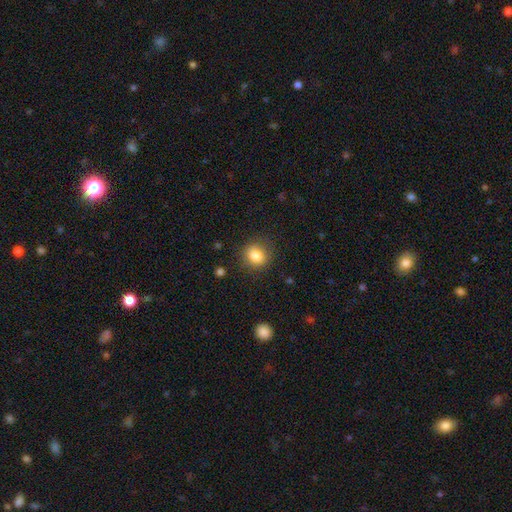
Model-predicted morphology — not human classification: This is clearly a smooth galaxy (83%). How rounded: likely round (76%). Merging: clearly none (86%).